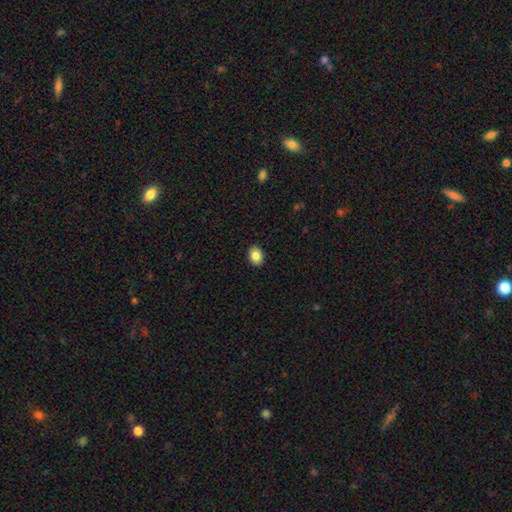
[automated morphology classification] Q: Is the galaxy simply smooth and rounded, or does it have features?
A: smooth — 85%.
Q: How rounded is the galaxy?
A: in between — 62%.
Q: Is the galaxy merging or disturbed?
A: none — 91%.